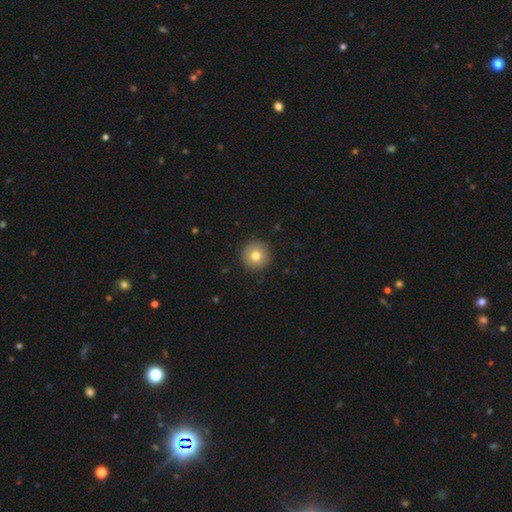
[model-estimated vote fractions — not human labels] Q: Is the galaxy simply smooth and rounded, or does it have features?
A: smooth — 77%.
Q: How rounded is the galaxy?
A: round — 96%.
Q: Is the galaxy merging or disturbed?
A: none — 92%.